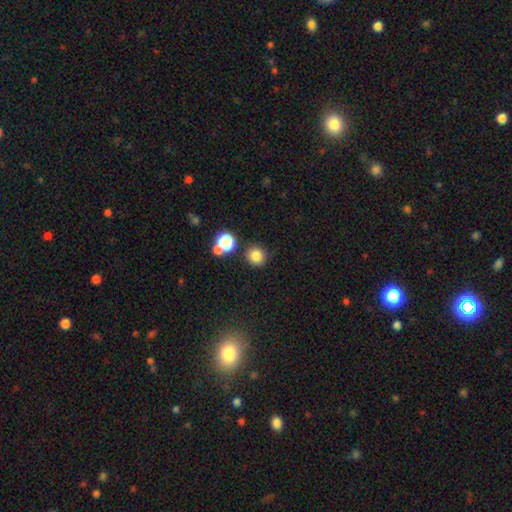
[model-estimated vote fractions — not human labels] This is likely a smooth galaxy (80%). How rounded: clearly round (90%). Merging: clearly none (81%).